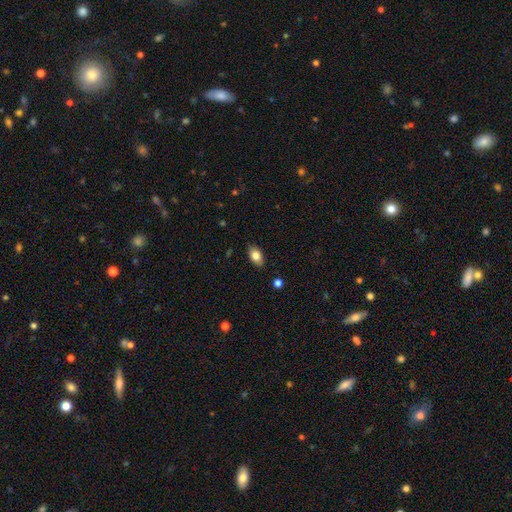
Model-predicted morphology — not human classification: smooth 80%, featured or disk 13%, star or artifact 8%. Down the decision tree: how rounded — in between (89%); merging — none (86%).